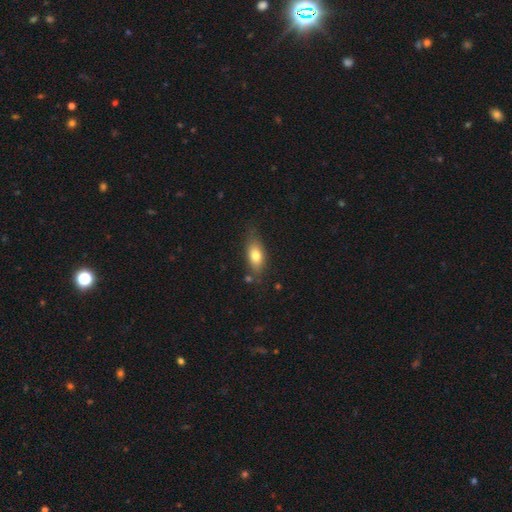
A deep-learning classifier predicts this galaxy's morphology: Q: Smooth or featured?
A: smooth (76%); runner-up: featured or disk (16%)
Q: How rounded?
A: in between (83%); runner-up: cigar-shaped (11%)
Q: Merging?
A: none (70%); runner-up: minor disturbance (21%)